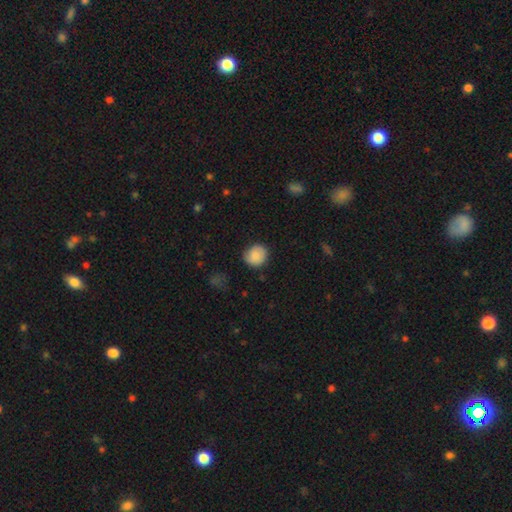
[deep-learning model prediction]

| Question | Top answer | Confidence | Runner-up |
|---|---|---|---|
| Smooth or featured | smooth | 86% | star or artifact (8%) |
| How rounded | round | 81% | in between (19%) |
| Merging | none | 81% | minor disturbance (14%) |